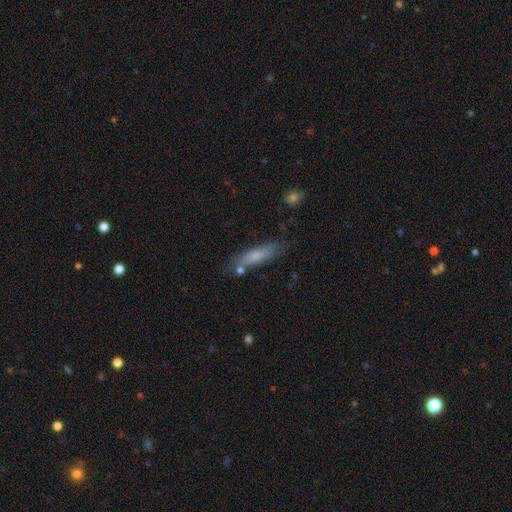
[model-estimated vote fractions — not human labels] Smooth or featured? smooth (70%)
How rounded? cigar-shaped (71%)
Merging? none (72%)